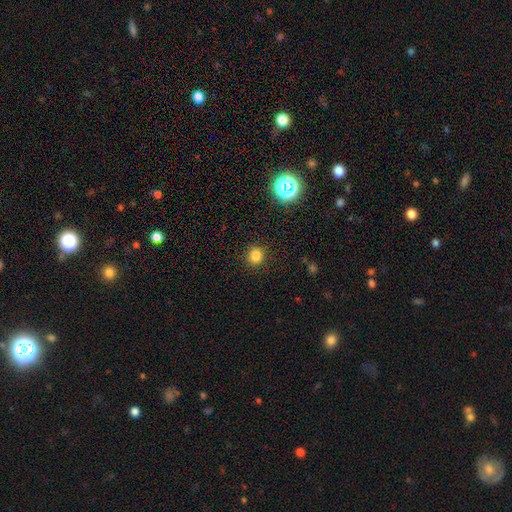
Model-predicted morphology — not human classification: smooth 80%, star or artifact 15%, featured or disk 5%. Down the decision tree: how rounded — round (86%); merging — none (90%).